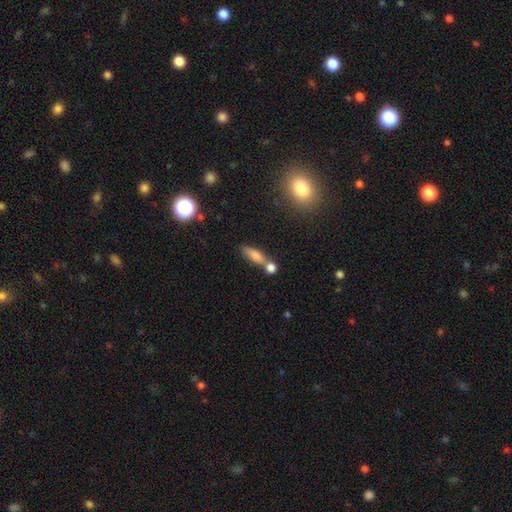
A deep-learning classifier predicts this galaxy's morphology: smooth-or-featured: smooth: 76% | featured or disk: 14% | star or artifact: 10%
  how-rounded: in between: 54% | cigar-shaped: 40% | round: 6%
  merging: none: 47% | merger: 35% | minor disturbance: 12% | major disturbance: 5%